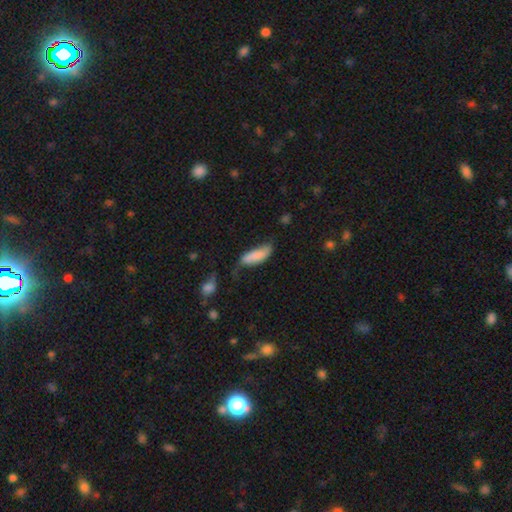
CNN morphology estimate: The model was most divided on "merging": none: 41%, minor disturbance: 35%, major disturbance: 17%, merger: 7%. More confident: smooth or featured — smooth (75%); how rounded — in between (59%).